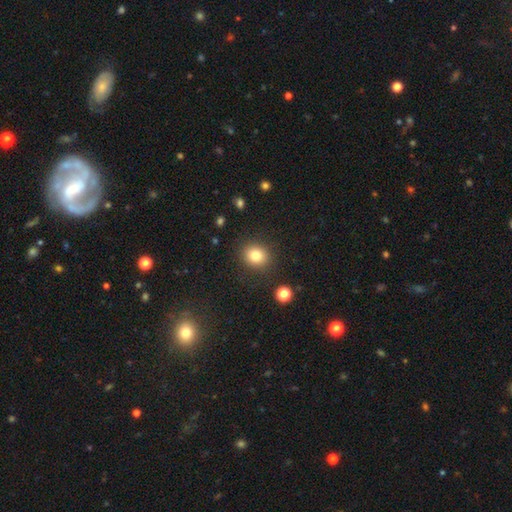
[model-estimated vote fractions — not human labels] This is clearly a smooth galaxy (82%). How rounded: likely round (73%). Merging: clearly none (87%).